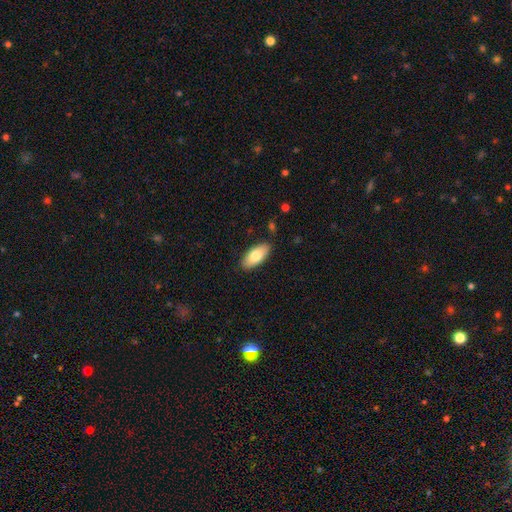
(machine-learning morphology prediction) smooth_or_featured: smooth (p=0.79) [alt: featured or disk p=0.15]
how_rounded: in between (p=0.89) [alt: cigar-shaped p=0.08]
merging: none (p=0.87) [alt: minor disturbance p=0.09]